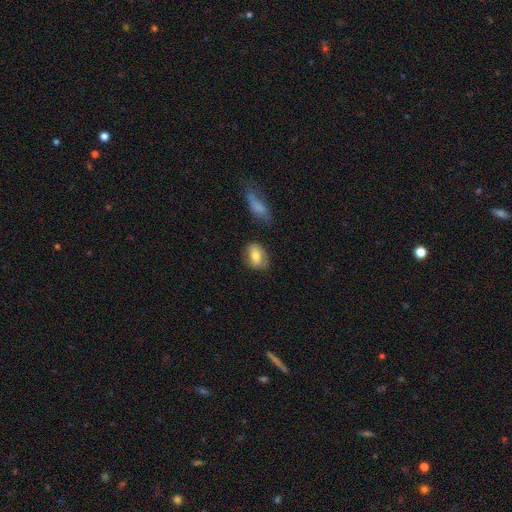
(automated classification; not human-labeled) This appears to be a smooth galaxy with no disk features (71%) that is in between round and cigar-shaped (77%). Merging: none (74%).